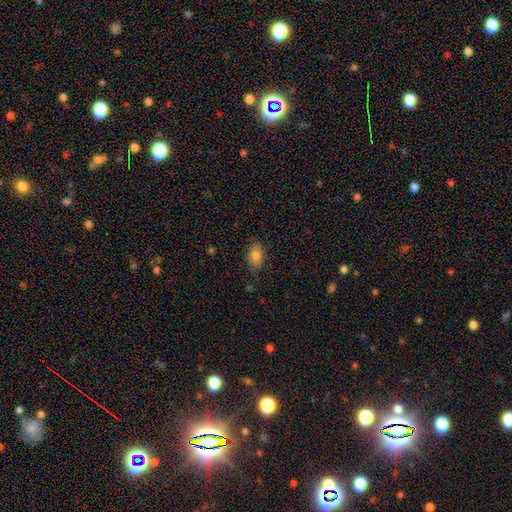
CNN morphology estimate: Smooth or featured? smooth (80%)
How rounded? in between (87%)
Merging? none (81%)